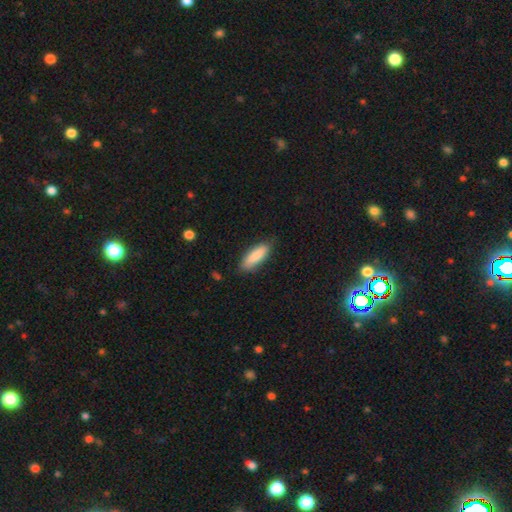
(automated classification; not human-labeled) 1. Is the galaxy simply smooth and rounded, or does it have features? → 87% smooth, 8% featured or disk, 6% star or artifact.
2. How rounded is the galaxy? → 54% in between, 45% cigar-shaped, 2% round.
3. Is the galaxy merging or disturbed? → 83% none, 13% minor disturbance, 2% major disturbance, 1% merger.